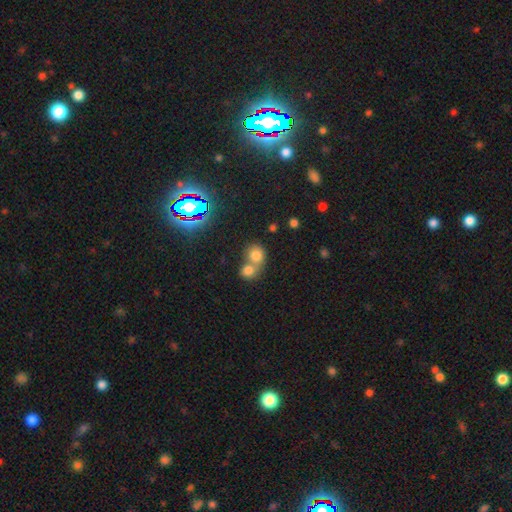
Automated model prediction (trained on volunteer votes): Smooth or featured: smooth — 74% (star or artifact — 15%)
How rounded: round — 74% (in between — 25%)
Merging: merger — 64% (none — 29%)